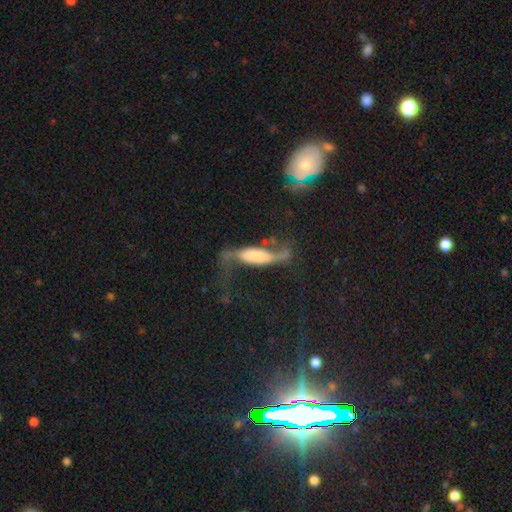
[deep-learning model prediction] smooth_or_featured: featured or disk (p=0.65) [alt: smooth p=0.27]
disk_edge_on: no (p=0.76) [alt: yes p=0.24]
merging: none (p=0.38) [alt: major disturbance p=0.33]